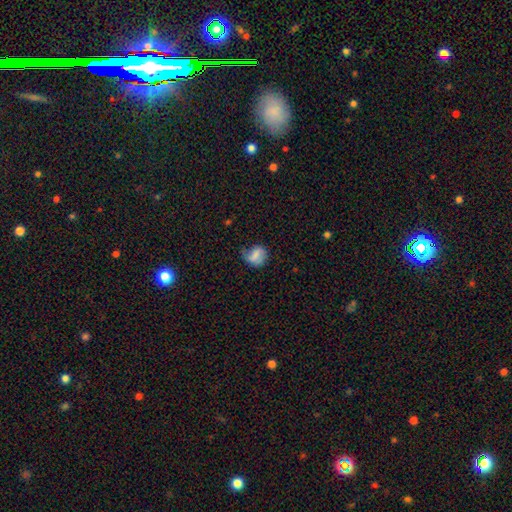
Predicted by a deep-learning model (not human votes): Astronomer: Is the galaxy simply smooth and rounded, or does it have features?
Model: smooth — 62%.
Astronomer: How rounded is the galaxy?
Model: round — 63%.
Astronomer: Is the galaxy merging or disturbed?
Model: none — 46% (runner-up: minor disturbance, 33%).